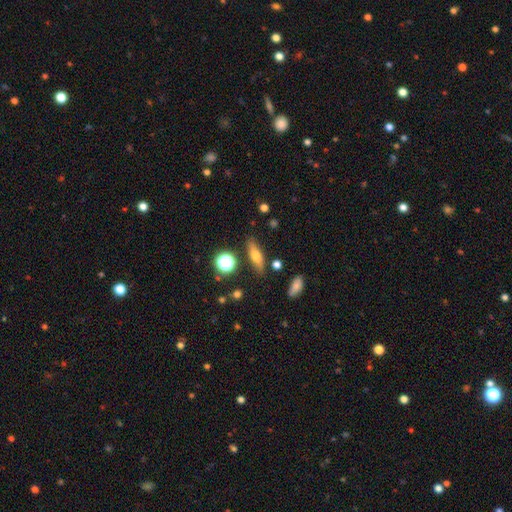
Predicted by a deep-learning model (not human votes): A smooth galaxy with no disk features (54%) that is cigar-shaped (52%). Merging: none (81%).